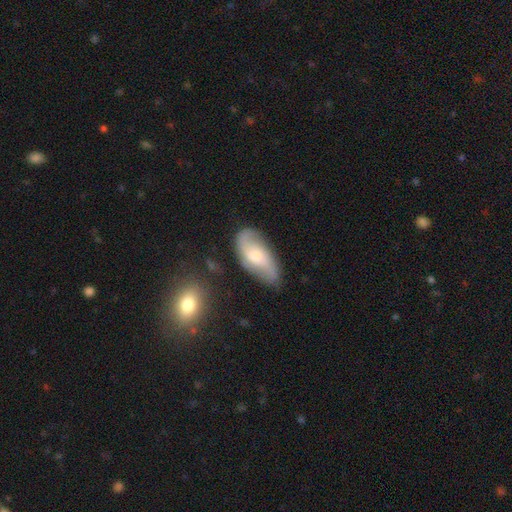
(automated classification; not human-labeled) A featured or disk galaxy (62%) with no bar (56%), 2 (78%) medium (42%) spiral arms (89%) and a moderate central bulge (48%).

Vote fractions:
- Smooth or featured? featured or disk: 62% / smooth: 31% / star or artifact: 6%
- Edge-on disk? no: 93% / yes: 7%
- Bar? no: 56% / weak: 37% / strong: 7%
- Spiral arms? yes: 89% / no: 11%
- Spiral winding? medium: 42% / loose: 40% / tight: 18%
- Spiral arm count? 2: 78% / can't tell: 12% / 1: 6% / 3: 2% / 4: 1% / more than 4: 1%
- Bulge size? moderate: 48% / small: 39% / large: 7% / none: 4% / dominant: 1%
- Merging? none: 65% / minor disturbance: 23% / major disturbance: 9% / merger: 3%